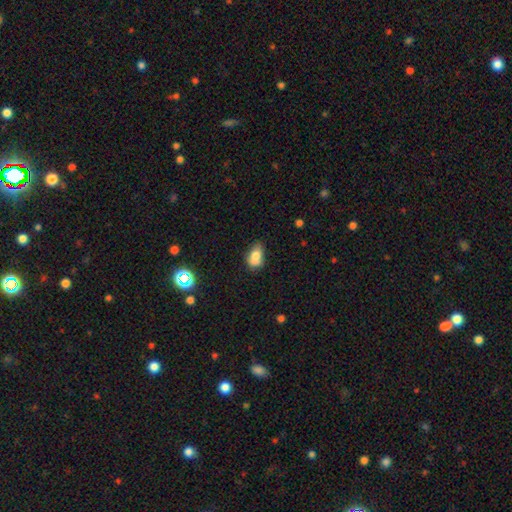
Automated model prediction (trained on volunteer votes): Smooth or featured: smooth — 72% (featured or disk — 16%)
How rounded: in between — 79% (round — 19%)
Merging: none — 37% (merger — 29%)